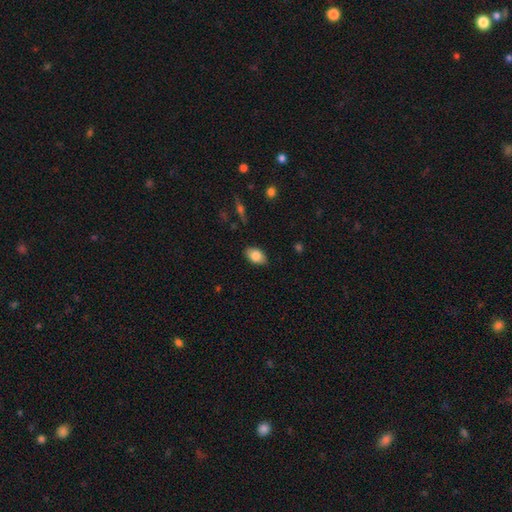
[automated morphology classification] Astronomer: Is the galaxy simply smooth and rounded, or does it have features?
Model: smooth — 82%.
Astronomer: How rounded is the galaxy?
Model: in between — 91%.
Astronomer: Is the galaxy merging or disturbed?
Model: none — 86%.